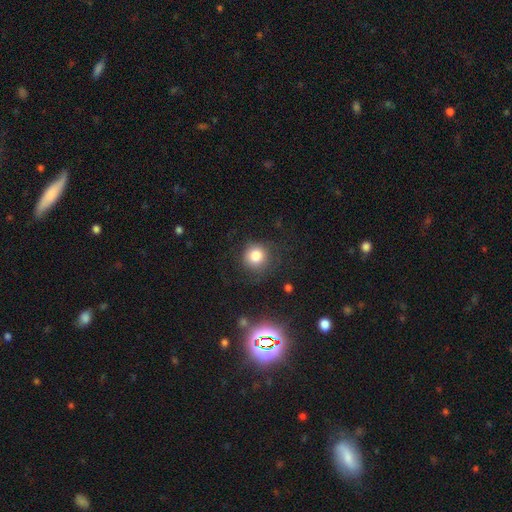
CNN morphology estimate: This is clearly a smooth galaxy (81%). How rounded: clearly round (92%). Merging: likely none (78%).